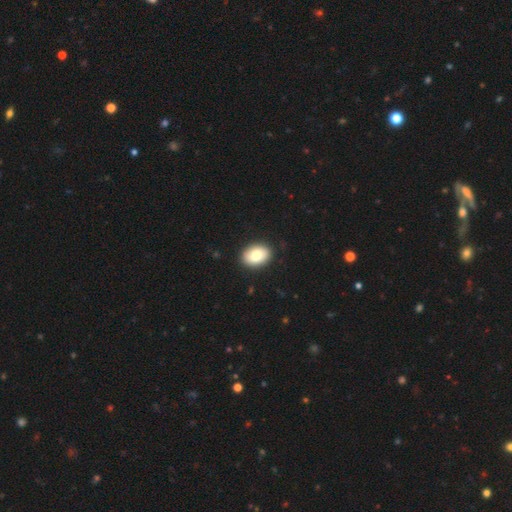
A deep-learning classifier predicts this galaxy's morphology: This is clearly a smooth galaxy (81%). How rounded: likely in between (78%). Merging: clearly none (90%).